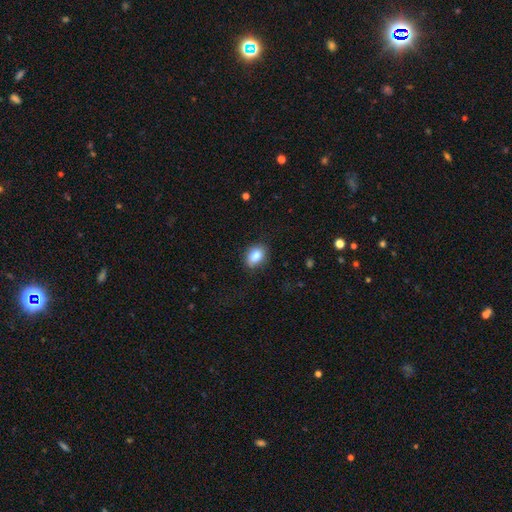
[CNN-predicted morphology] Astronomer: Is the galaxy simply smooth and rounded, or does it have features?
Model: smooth — 84%.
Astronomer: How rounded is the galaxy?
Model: in between — 75%.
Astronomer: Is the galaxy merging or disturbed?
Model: none — 77%.